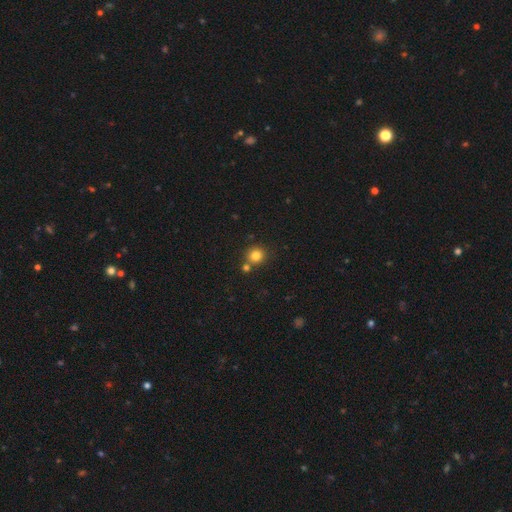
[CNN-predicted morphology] Smooth or featured: smooth — 81% (star or artifact — 12%)
How rounded: round — 89% (in between — 10%)
Merging: none — 72% (merger — 18%)